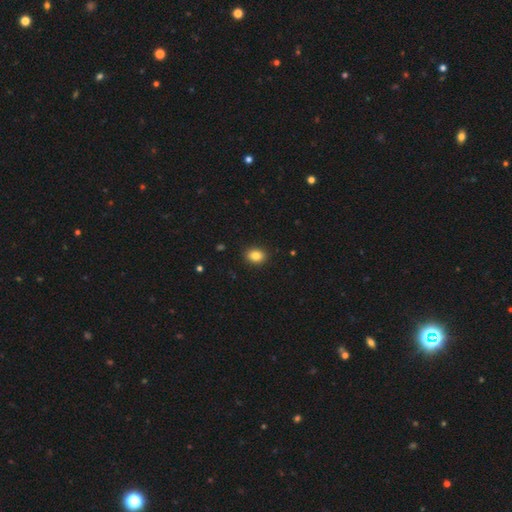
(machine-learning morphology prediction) type=smooth (85%); roundness=in between (57%); merging=none (89%).